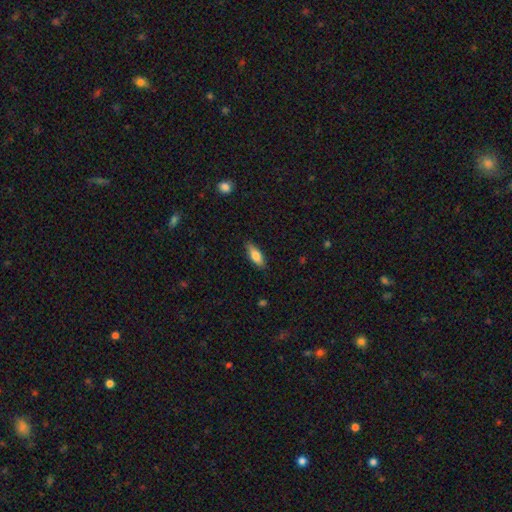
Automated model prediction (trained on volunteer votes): smooth 74%, featured or disk 19%, star or artifact 6%. Down the decision tree: how rounded — in between (67%); merging — none (85%).